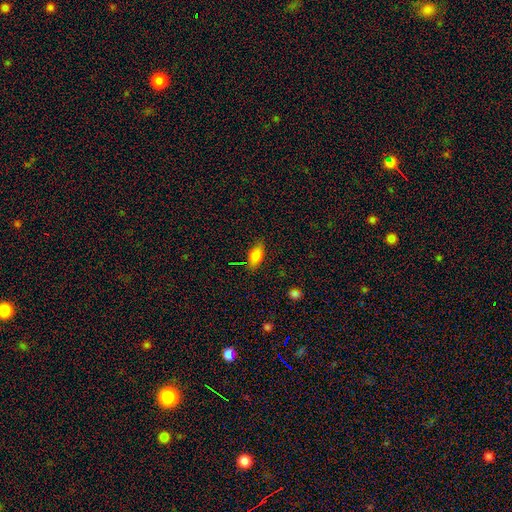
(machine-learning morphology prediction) A smooth galaxy with no disk features (79%) that is in between round and cigar-shaped (86%). Merging: none (83%).